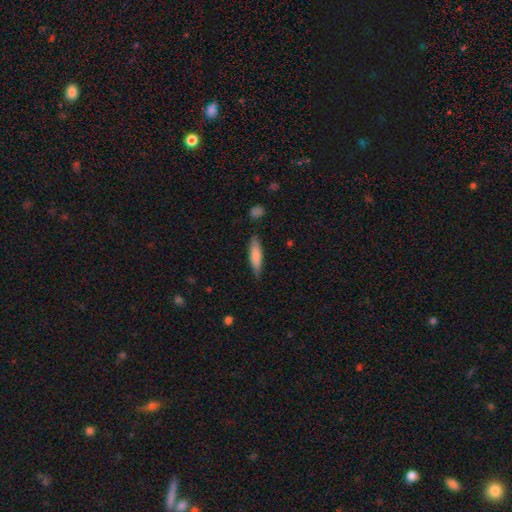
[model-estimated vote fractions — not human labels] Smooth or featured: smooth — 79% (featured or disk — 16%)
How rounded: cigar-shaped — 71% (in between — 27%)
Merging: none — 80% (minor disturbance — 15%)